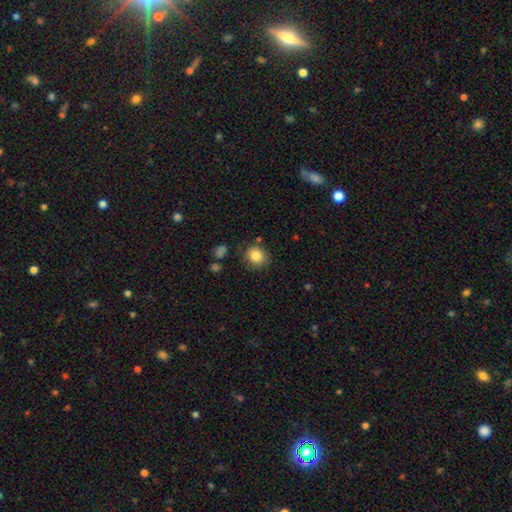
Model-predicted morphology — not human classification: A smooth galaxy with no disk features (84%) that is round (78%).

Vote fractions:
- Smooth or featured? smooth: 84% / star or artifact: 10% / featured or disk: 6%
- How rounded? round: 78% / in between: 21% / cigar-shaped: 1%
- Merging? none: 83% / minor disturbance: 11% / major disturbance: 3% / merger: 3%